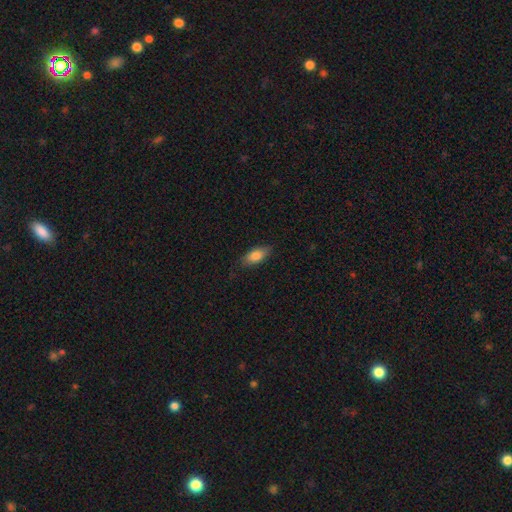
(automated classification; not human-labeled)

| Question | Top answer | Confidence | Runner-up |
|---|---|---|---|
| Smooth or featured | smooth | 82% | featured or disk (11%) |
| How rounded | in between | 85% | cigar-shaped (12%) |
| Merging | none | 81% | minor disturbance (15%) |